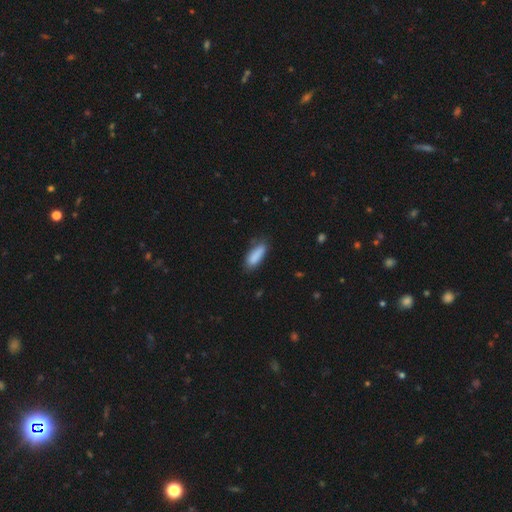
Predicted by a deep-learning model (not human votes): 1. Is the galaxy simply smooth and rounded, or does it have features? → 87% smooth, 7% star or artifact, 6% featured or disk.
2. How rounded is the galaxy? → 63% in between, 35% cigar-shaped, 2% round.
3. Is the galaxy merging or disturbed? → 68% none, 25% minor disturbance, 5% major disturbance, 2% merger.